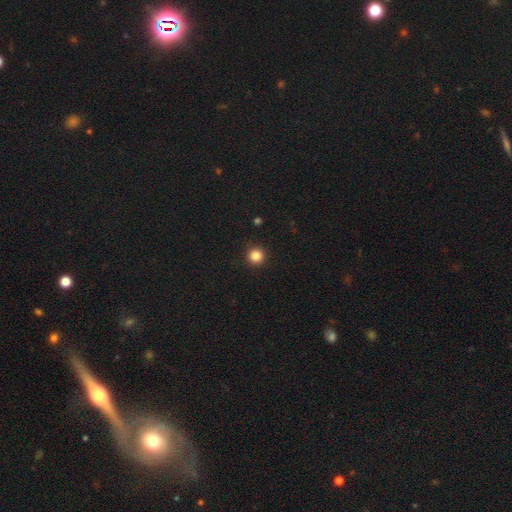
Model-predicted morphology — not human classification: A smooth galaxy with no disk features (85%) that is round (96%). Merging: none (93%).